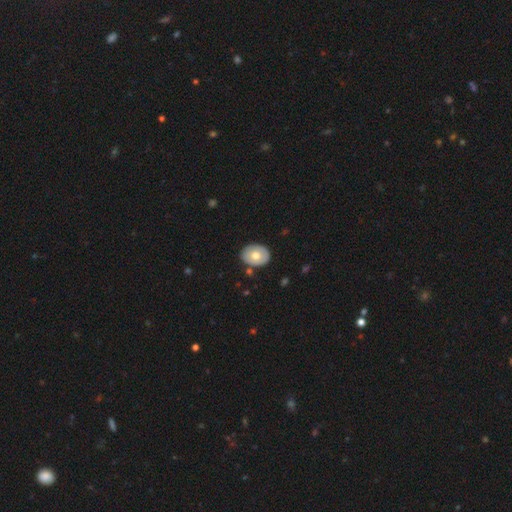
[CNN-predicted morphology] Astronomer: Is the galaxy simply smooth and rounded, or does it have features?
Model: smooth — 62%.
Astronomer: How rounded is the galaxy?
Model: in between — 73%.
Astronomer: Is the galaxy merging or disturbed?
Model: none — 84%.